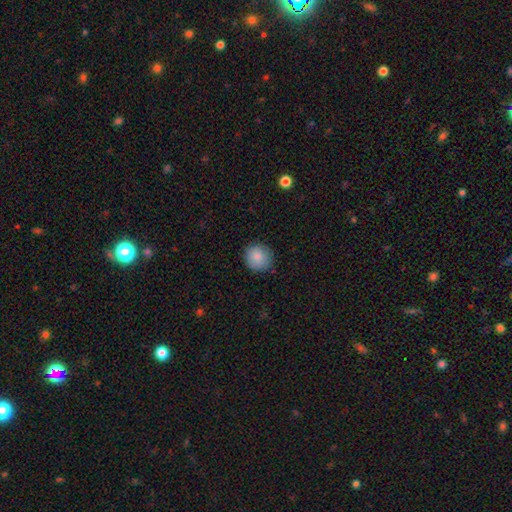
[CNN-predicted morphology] type=smooth (86%); roundness=round (90%); merging=none (84%).